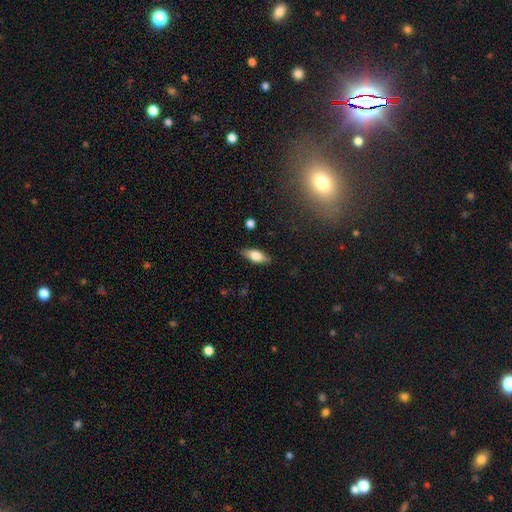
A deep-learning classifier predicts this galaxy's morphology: This appears to be a smooth galaxy with no disk features (72%) that is in between round and cigar-shaped (78%). Merging: none (85%).